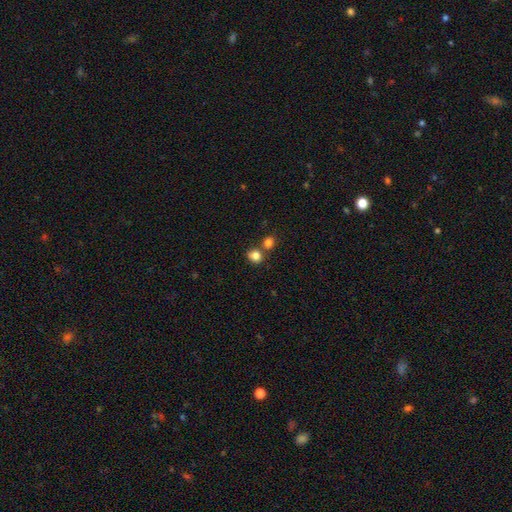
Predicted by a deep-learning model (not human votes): A smooth galaxy with no disk features (83%) that is round (76%).

Vote fractions:
- Smooth or featured? smooth: 83% / star or artifact: 11% / featured or disk: 6%
- How rounded? round: 76% / in between: 23% / cigar-shaped: 1%
- Merging? none: 60% / merger: 28% / minor disturbance: 9% / major disturbance: 3%